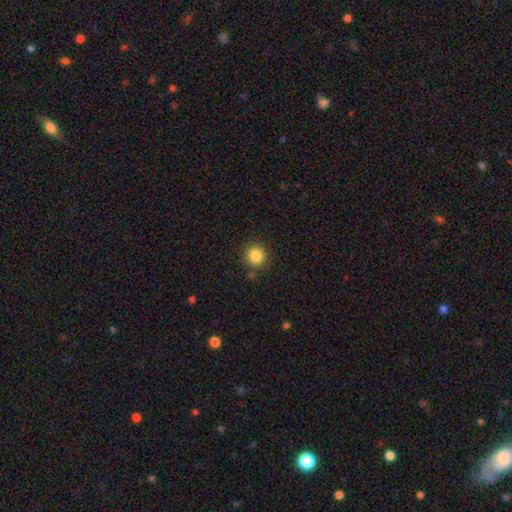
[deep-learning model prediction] A smooth galaxy with no disk features (84%) that is round (93%).

Vote fractions:
- Smooth or featured? smooth: 84% / star or artifact: 11% / featured or disk: 5%
- How rounded? round: 93% / in between: 6% / cigar-shaped: 1%
- Merging? none: 86% / minor disturbance: 9% / merger: 3% / major disturbance: 3%